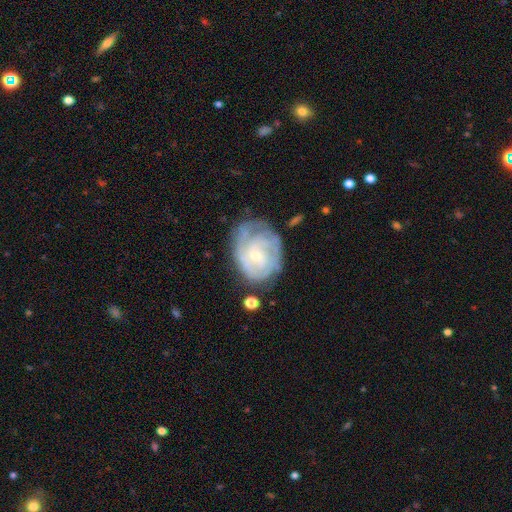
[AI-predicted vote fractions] A featured or disk galaxy (78%) with no bar (72%), tight (69%) spiral arms (88%) and a small central bulge (76%). Merging: none (58%).